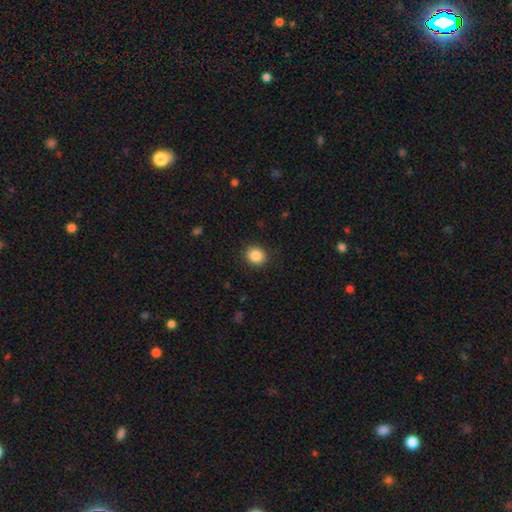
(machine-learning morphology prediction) Smooth or featured: smooth — 87% (star or artifact — 9%)
How rounded: round — 73% (in between — 27%)
Merging: none — 90% (minor disturbance — 7%)